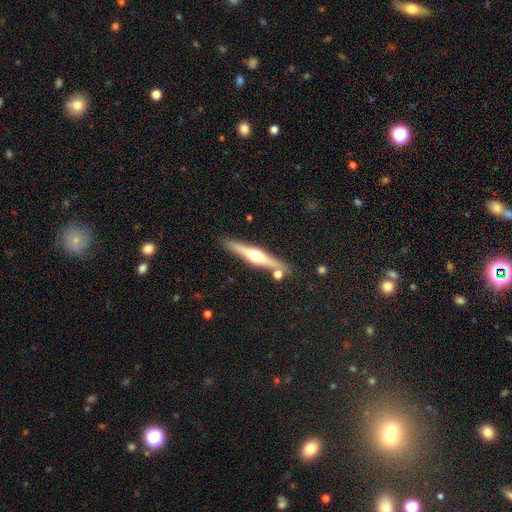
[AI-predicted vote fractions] Q: Smooth or featured?
A: featured or disk (70%); runner-up: smooth (24%)
Q: Edge-on disk?
A: yes (97%); runner-up: no (3%)
Q: Edge-on bulge?
A: rounded (93%); runner-up: boxy (4%)
Q: Merging?
A: none (83%); runner-up: minor disturbance (9%)